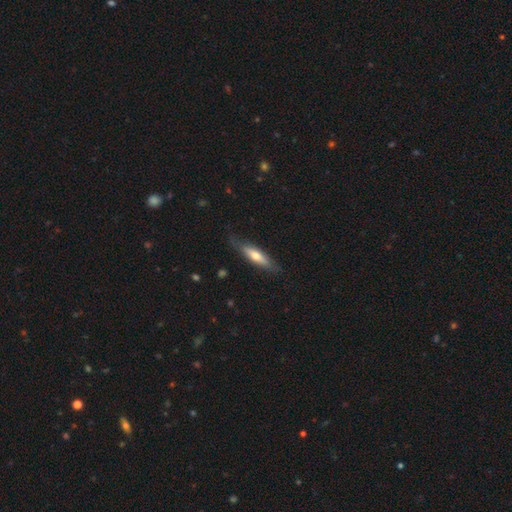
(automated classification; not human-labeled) This appears to be a smooth galaxy with no disk features (56%) that is cigar-shaped (71%). Merging: none (77%).